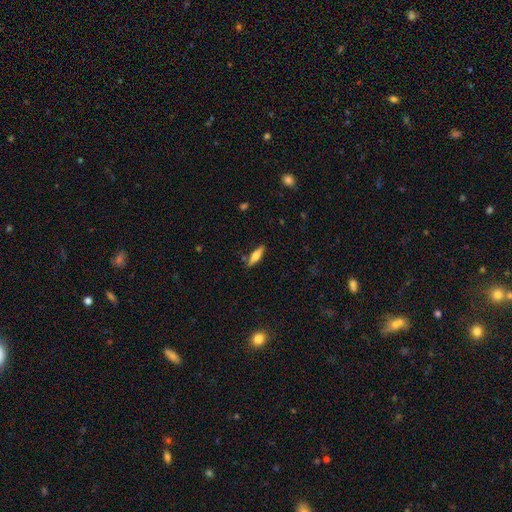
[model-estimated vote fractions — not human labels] smooth-or-featured: smooth: 60% | featured or disk: 34% | star or artifact: 7%
  how-rounded: cigar-shaped: 57% | in between: 41% | round: 2%
  merging: none: 82% | minor disturbance: 12% | merger: 3% | major disturbance: 3%